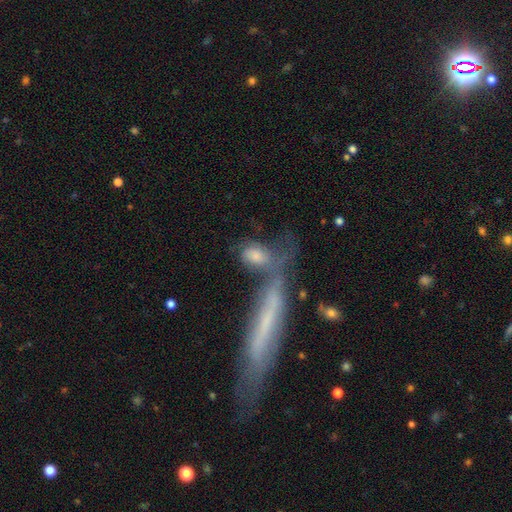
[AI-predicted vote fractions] Overall: smooth (58%; featured or disk 32%). How rounded: in between (77%). Merging: merger (56%; none 18%).